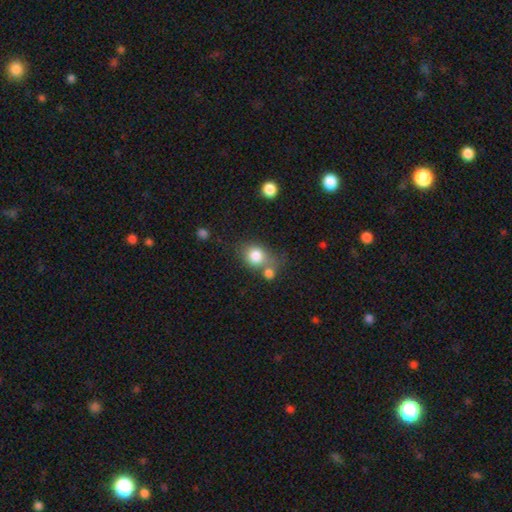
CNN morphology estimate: Smooth or featured? Predicted: smooth (p=0.81). How rounded? Predicted: round (p=0.64). Merging? Predicted: none (p=0.48).